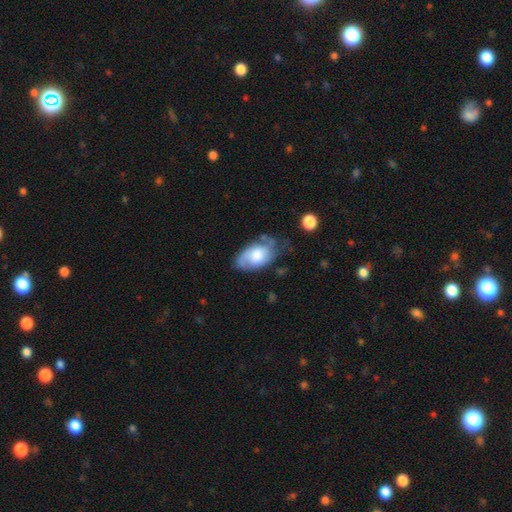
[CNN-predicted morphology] Smooth or featured? smooth (53%)
How rounded? in between (92%)
Merging? none (49%)